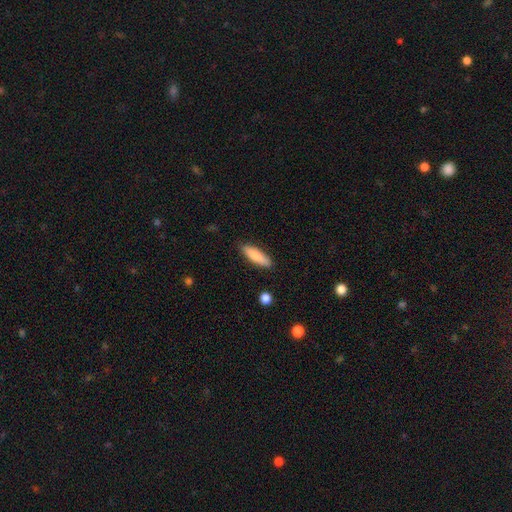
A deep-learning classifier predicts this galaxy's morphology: A smooth galaxy with no disk features (81%) that is cigar-shaped (57%). Merging: none (86%).